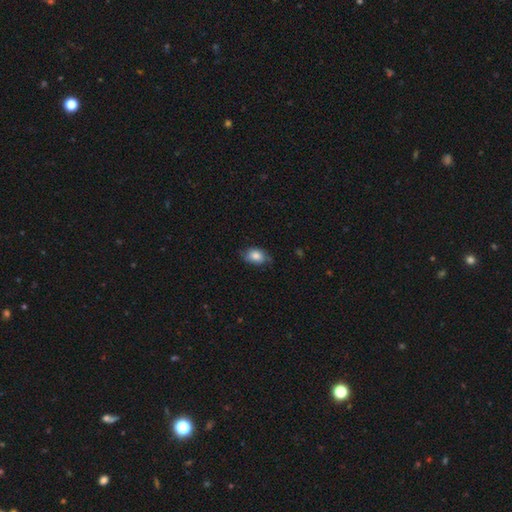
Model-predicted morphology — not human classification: smooth-or-featured: smooth: 80% | featured or disk: 12% | star or artifact: 8%
  how-rounded: in between: 81% | round: 18% | cigar-shaped: 1%
  merging: none: 65% | minor disturbance: 29% | major disturbance: 6% | merger: 1%